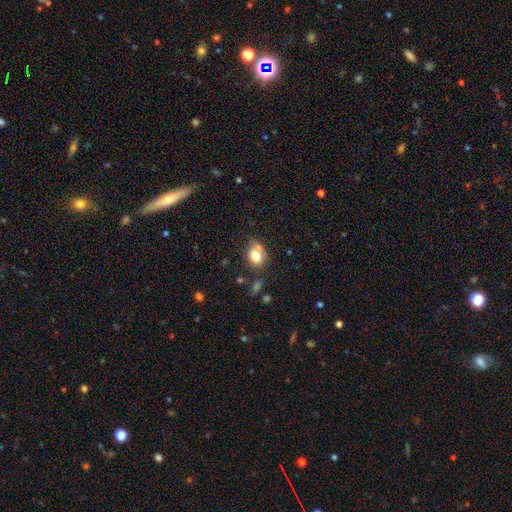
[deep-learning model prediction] Morphology: type=smooth (76%); roundness=in between (70%); merging=none (52%).